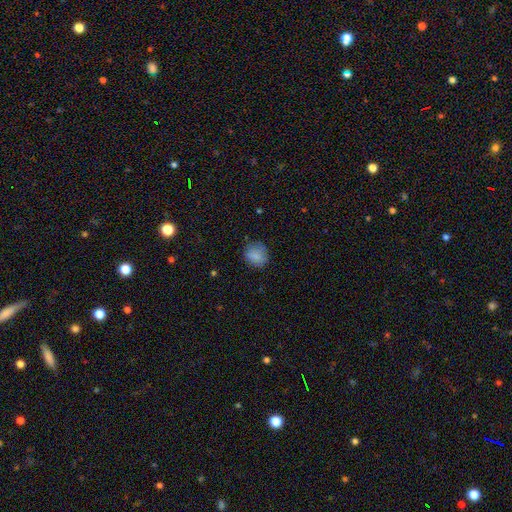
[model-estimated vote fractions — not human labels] This appears to be a smooth galaxy with no disk features (84%) that is round (75%). Merging: none (77%).